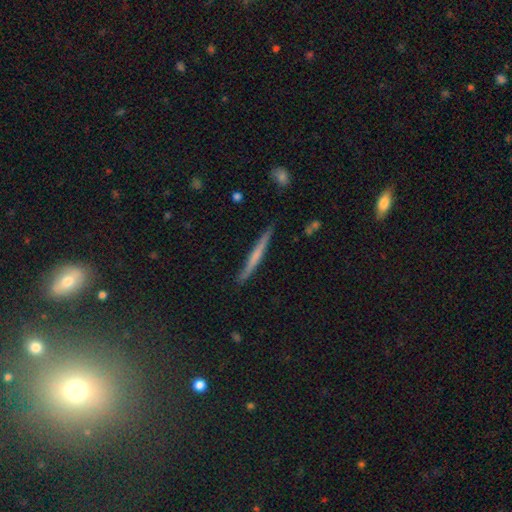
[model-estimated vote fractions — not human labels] smooth_or_featured: featured or disk (p=0.50) [alt: smooth p=0.44]
merging: none (p=0.87) [alt: minor disturbance p=0.10]